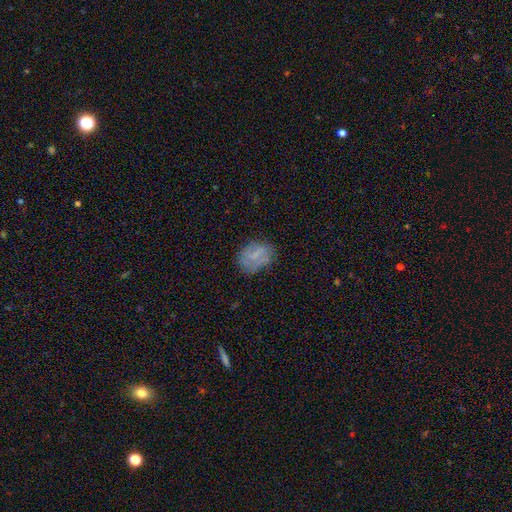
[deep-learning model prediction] Morphology: type=smooth (62%); roundness=in between (65%); merging=none (66%).